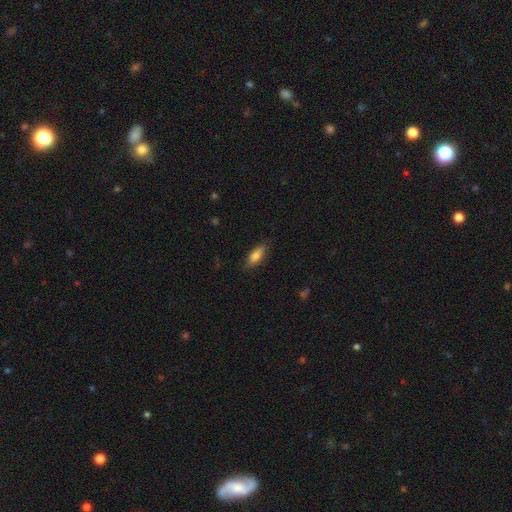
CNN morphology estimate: This is likely a smooth galaxy (78%). How rounded: likely in between (67%). Merging: clearly none (81%).